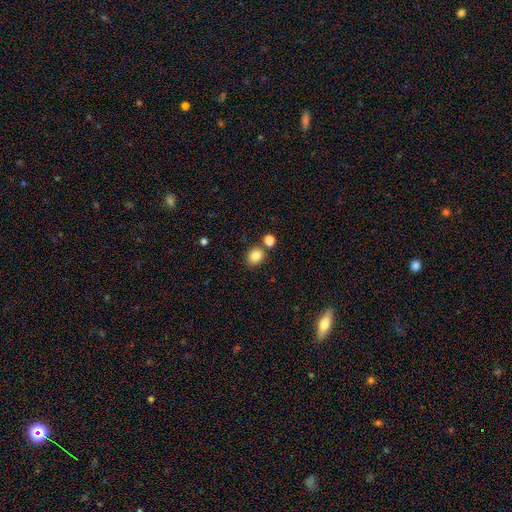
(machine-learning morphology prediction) smooth-or-featured: smooth: 84% | star or artifact: 11% | featured or disk: 6%
  how-rounded: round: 68% | in between: 31% | cigar-shaped: 1%
  merging: none: 72% | merger: 15% | minor disturbance: 10% | major disturbance: 3%